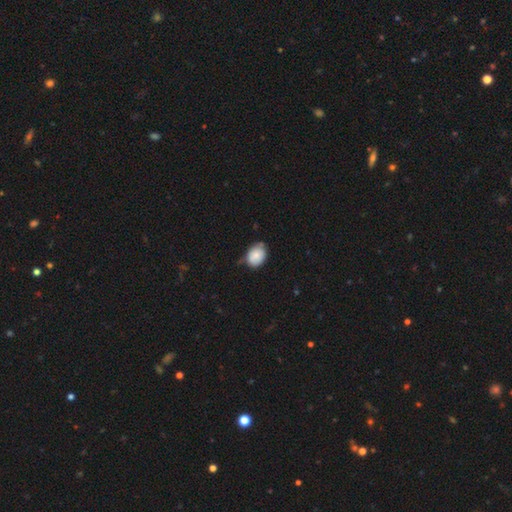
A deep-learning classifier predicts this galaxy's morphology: This appears to be a smooth galaxy with no disk features (80%) that is in between round and cigar-shaped (67%). Merging: none (57%).